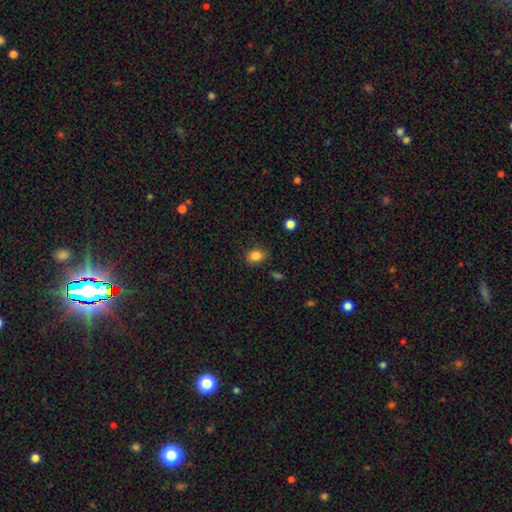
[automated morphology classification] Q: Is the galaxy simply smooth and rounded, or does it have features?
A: smooth — 84%.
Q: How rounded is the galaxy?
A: in between — 68%.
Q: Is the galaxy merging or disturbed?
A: none — 82%.